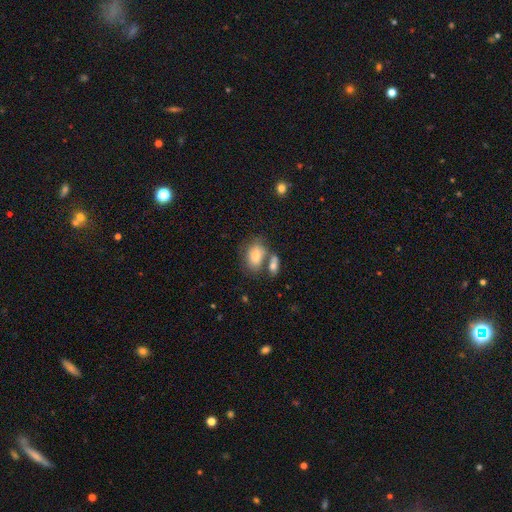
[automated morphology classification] Q: Smooth or featured?
A: smooth (77%); runner-up: featured or disk (15%)
Q: How rounded?
A: in between (82%); runner-up: round (16%)
Q: Merging?
A: none (45%); runner-up: merger (35%)